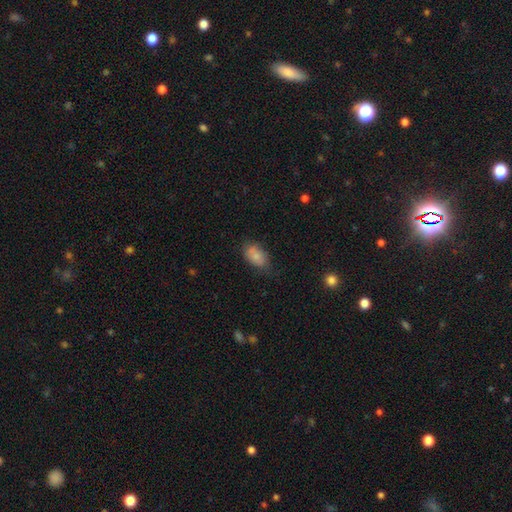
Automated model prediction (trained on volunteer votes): Smooth or featured? smooth (79%)
How rounded? in between (90%)
Merging? none (58%)